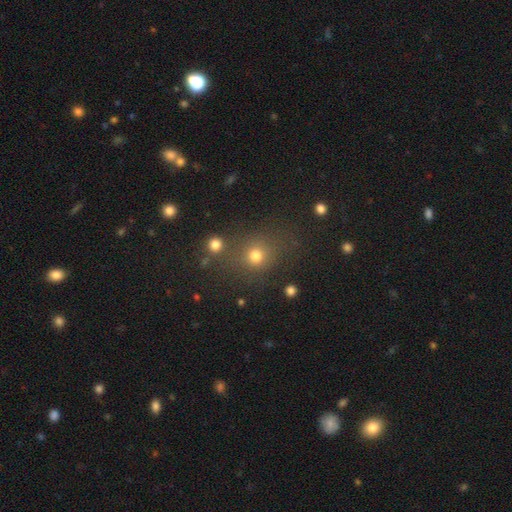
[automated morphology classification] Smooth or featured: smooth — 74% (star or artifact — 18%)
How rounded: round — 82% (in between — 16%)
Merging: none — 67% (merger — 16%)